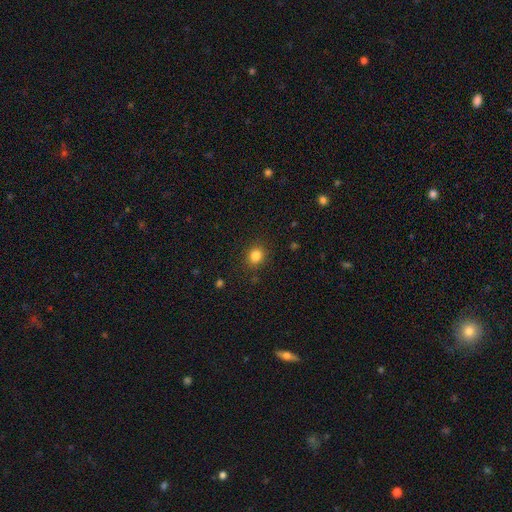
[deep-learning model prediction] A smooth galaxy with no disk features (83%) that is round (74%). Merging: none (88%).